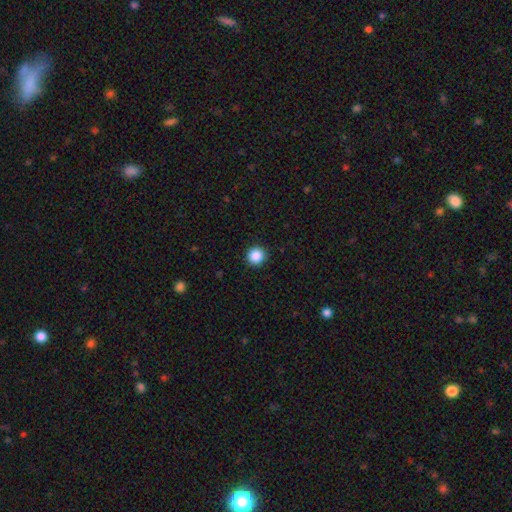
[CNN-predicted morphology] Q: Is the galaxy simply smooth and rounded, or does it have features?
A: smooth — 87%.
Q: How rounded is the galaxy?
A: round — 95%.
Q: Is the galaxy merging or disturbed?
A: none — 92%.